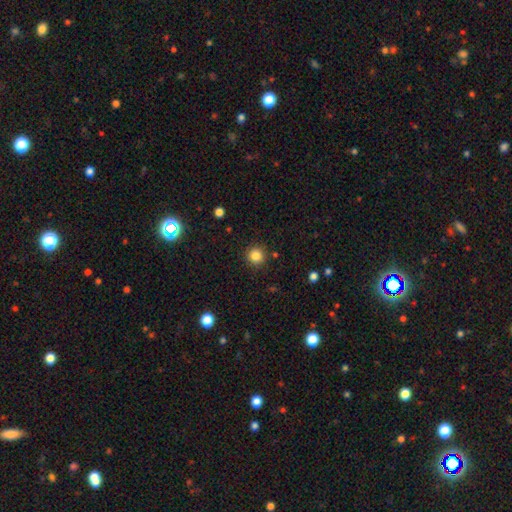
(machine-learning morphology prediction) A smooth galaxy with no disk features (84%) that is round (95%).

Vote fractions:
- Smooth or featured? smooth: 84% / star or artifact: 12% / featured or disk: 4%
- How rounded? round: 95% / in between: 4% / cigar-shaped: 1%
- Merging? none: 90% / minor disturbance: 6% / major disturbance: 2% / merger: 2%